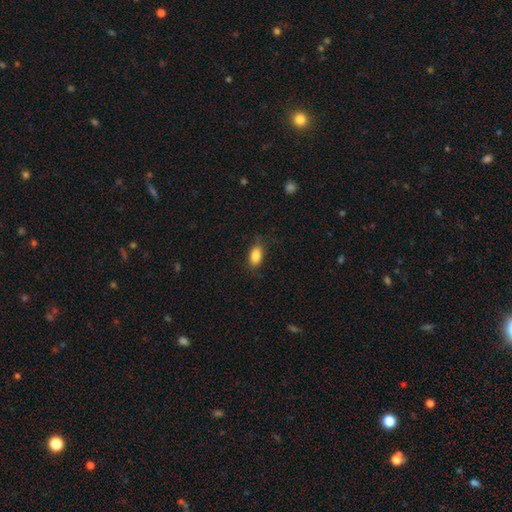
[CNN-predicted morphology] smooth-or-featured: smooth: 85% | star or artifact: 8% | featured or disk: 7%
  how-rounded: in between: 87% | round: 8% | cigar-shaped: 5%
  merging: none: 81% | minor disturbance: 15% | major disturbance: 4% | merger: 1%